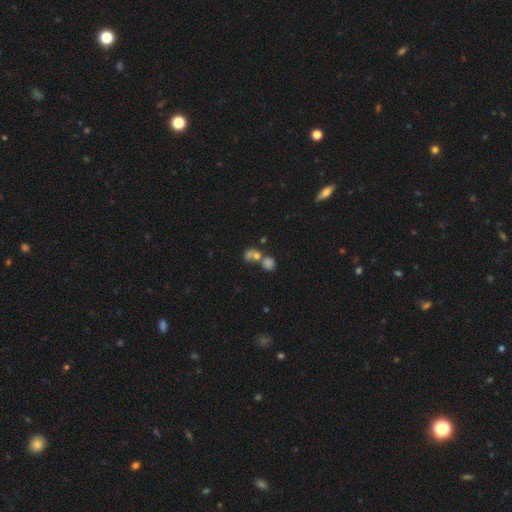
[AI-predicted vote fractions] smooth-or-featured: smooth: 65% | star or artifact: 20% | featured or disk: 16%
  how-rounded: round: 69% | in between: 29% | cigar-shaped: 2%
  merging: merger: 52% | none: 34% | minor disturbance: 8% | major disturbance: 6%